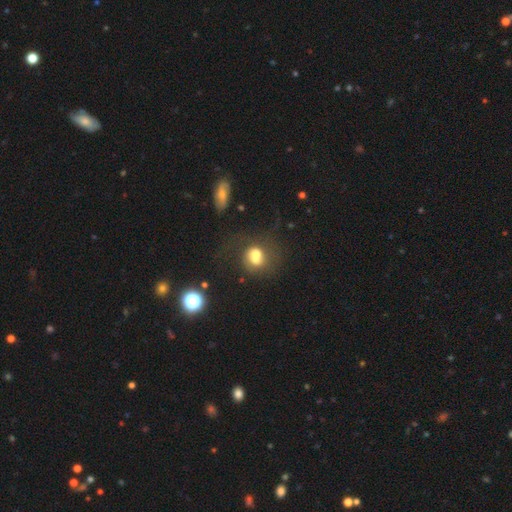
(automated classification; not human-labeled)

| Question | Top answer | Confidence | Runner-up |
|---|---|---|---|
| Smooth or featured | smooth | 61% | featured or disk (25%) |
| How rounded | round | 60% | in between (38%) |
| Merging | merger | 38% | none (30%) |